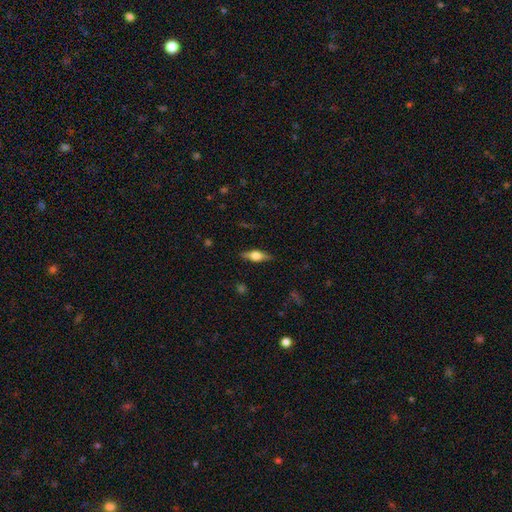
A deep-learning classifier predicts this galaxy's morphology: smooth-or-featured: featured or disk: 50% | smooth: 43% | star or artifact: 7%
  merging: none: 87% | minor disturbance: 10% | major disturbance: 2% | merger: 1%